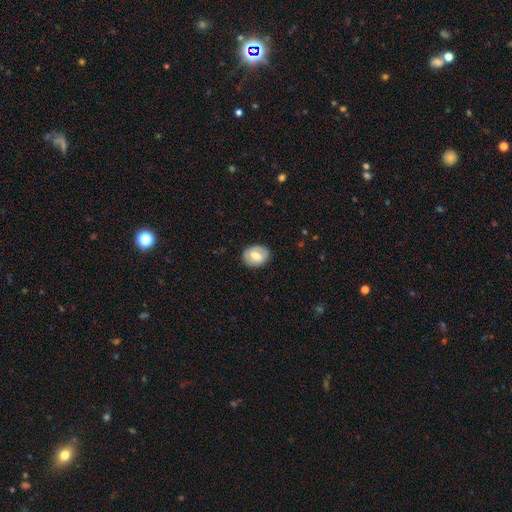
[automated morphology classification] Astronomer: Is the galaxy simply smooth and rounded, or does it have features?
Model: smooth — 59%.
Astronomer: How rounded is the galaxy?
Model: in between — 56% (runner-up: round, 42%).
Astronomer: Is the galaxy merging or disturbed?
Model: none — 85%.